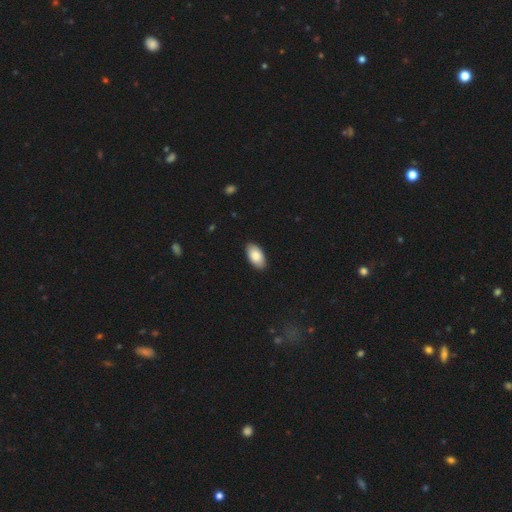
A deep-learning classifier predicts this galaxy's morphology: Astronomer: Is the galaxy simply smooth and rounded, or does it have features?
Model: smooth — 87%.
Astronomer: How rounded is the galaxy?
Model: in between — 96%.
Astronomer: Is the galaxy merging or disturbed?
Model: none — 89%.